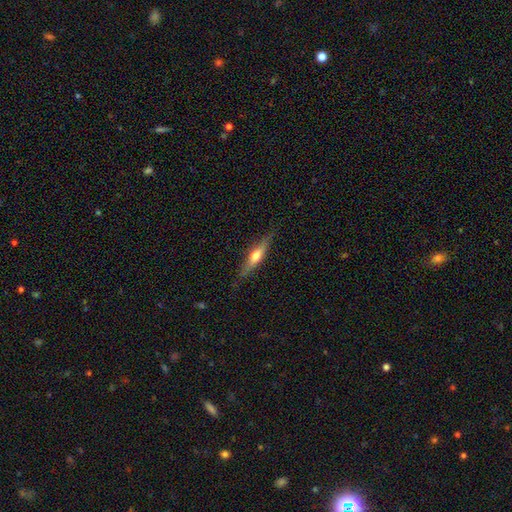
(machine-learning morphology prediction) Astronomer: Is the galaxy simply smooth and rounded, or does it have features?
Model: featured or disk — 55% (runner-up: smooth, 39%).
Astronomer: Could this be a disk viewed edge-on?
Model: yes — 92%.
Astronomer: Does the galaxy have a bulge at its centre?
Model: rounded — 86%.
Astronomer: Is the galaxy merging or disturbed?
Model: none — 82%.